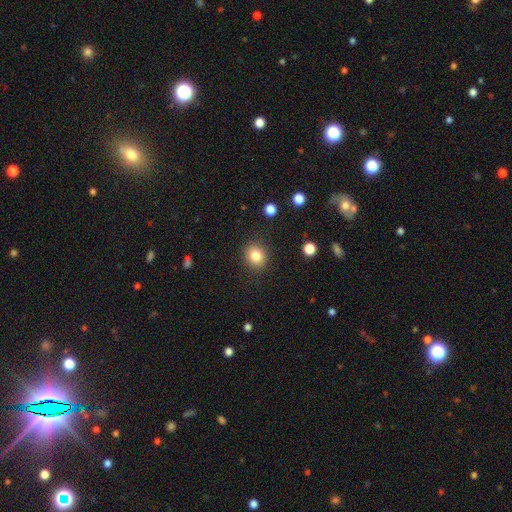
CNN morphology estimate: Smooth or featured: smooth — 82% (star or artifact — 11%)
How rounded: round — 77% (in between — 22%)
Merging: none — 88% (minor disturbance — 8%)